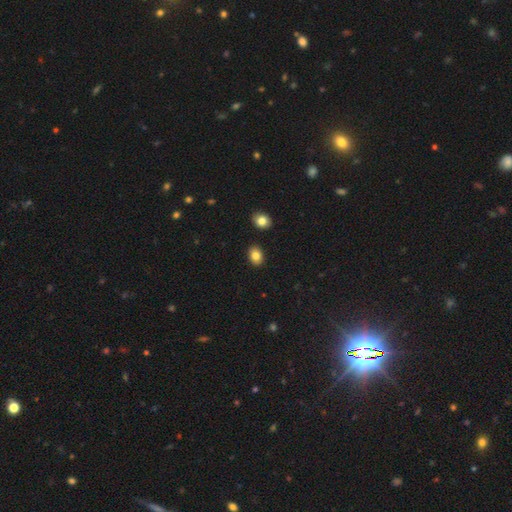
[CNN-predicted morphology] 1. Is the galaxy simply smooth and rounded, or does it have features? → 84% smooth, 9% star or artifact, 7% featured or disk.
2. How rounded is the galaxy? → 66% in between, 33% round, 1% cigar-shaped.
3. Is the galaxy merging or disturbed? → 88% none, 7% minor disturbance, 3% merger, 2% major disturbance.